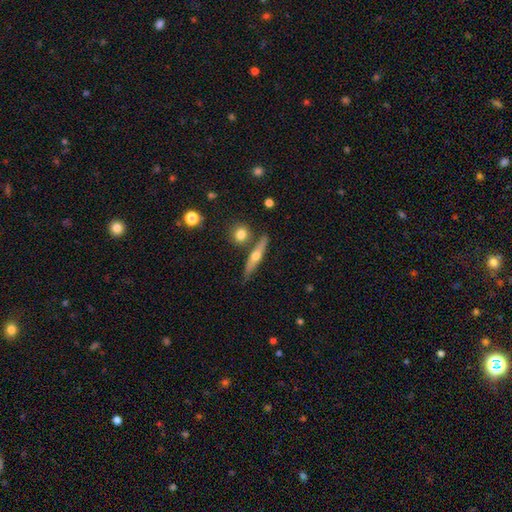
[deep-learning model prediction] Smooth or featured? Predicted: featured or disk (p=0.55). Edge-on disk? Predicted: yes (p=0.93). Edge-on bulge? Predicted: rounded (p=0.89). Merging? Predicted: none (p=0.78).